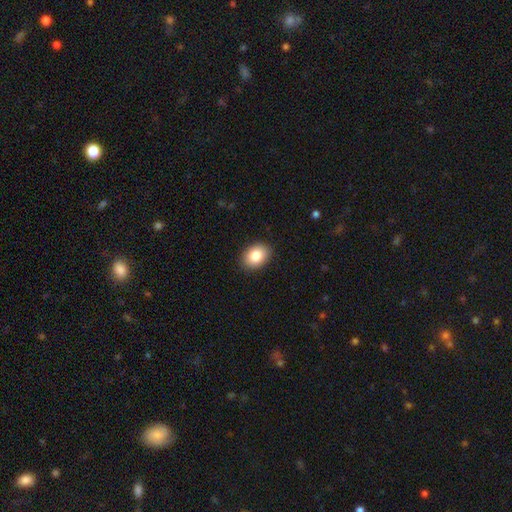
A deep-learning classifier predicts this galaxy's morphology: Smooth or featured? Predicted: smooth (p=0.84). How rounded? Predicted: in between (p=0.72). Merging? Predicted: none (p=0.90).